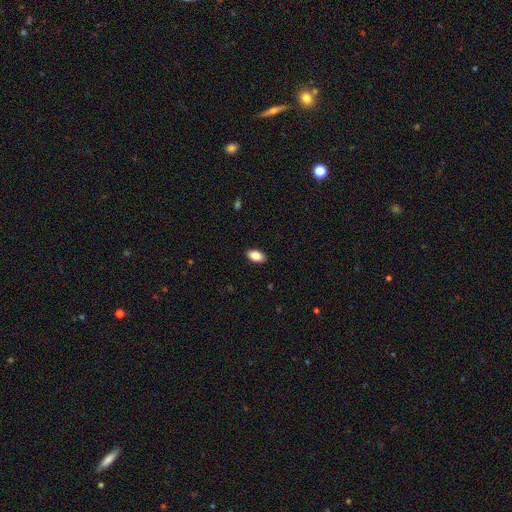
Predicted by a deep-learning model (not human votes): The model was most divided on "smooth or featured": smooth: 85%, featured or disk: 8%, star or artifact: 7%. More confident: how rounded — in between (93%); merging — none (90%).